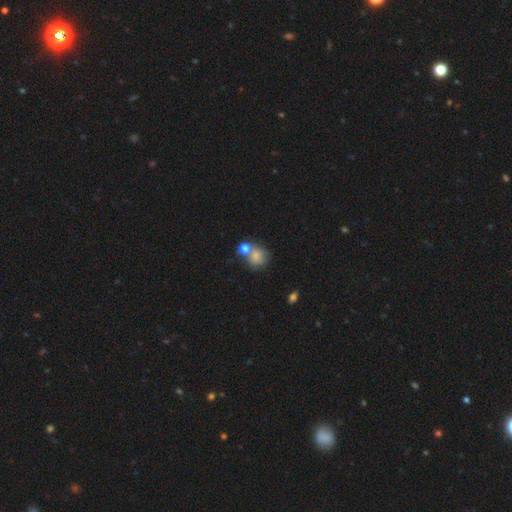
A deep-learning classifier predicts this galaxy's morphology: This is likely a smooth galaxy (79%). How rounded: clearly round (80%). Merging: possibly none (49%).